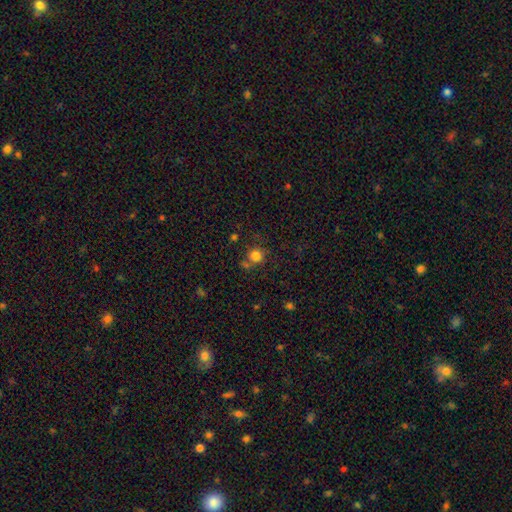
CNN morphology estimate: Smooth or featured? smooth (79%)
How rounded? round (91%)
Merging? none (67%)